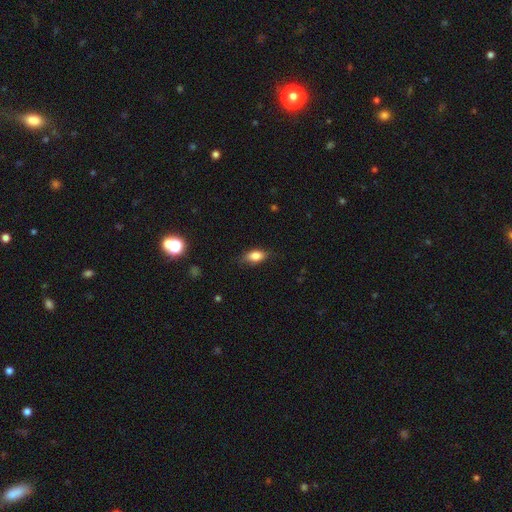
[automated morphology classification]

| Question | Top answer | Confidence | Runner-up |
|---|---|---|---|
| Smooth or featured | smooth | 80% | featured or disk (11%) |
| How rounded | in between | 85% | cigar-shaped (10%) |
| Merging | none | 78% | minor disturbance (17%) |